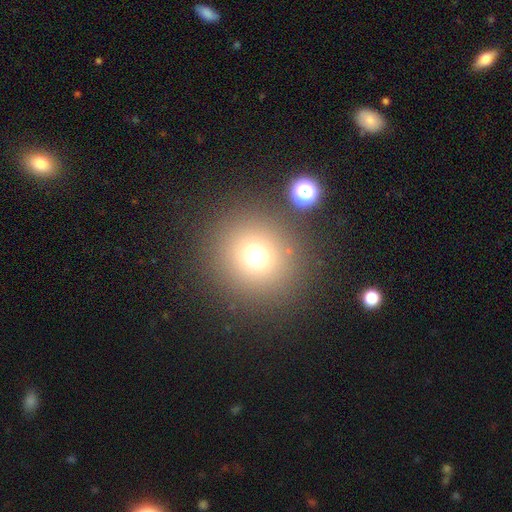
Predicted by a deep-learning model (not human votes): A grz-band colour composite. It shows a smooth galaxy with no disk features (70%) that is round (91%). Merging: none (83%).